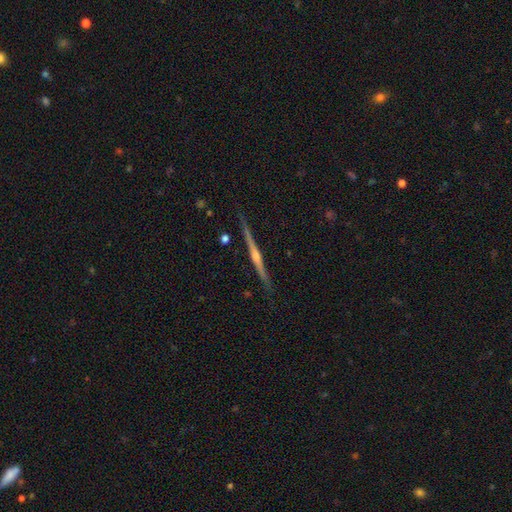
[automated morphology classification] Smooth or featured?
  - featured or disk: 83% *
  - smooth: 11%
  - star or artifact: 6%
Edge-on disk?
  - yes: 98% *
  - no: 2%
Edge-on bulge?
  - rounded: 77% *
  - none: 15%
  - boxy: 7%
Merging?
  - none: 90% *
  - minor disturbance: 7%
  - major disturbance: 1%
  - merger: 1%